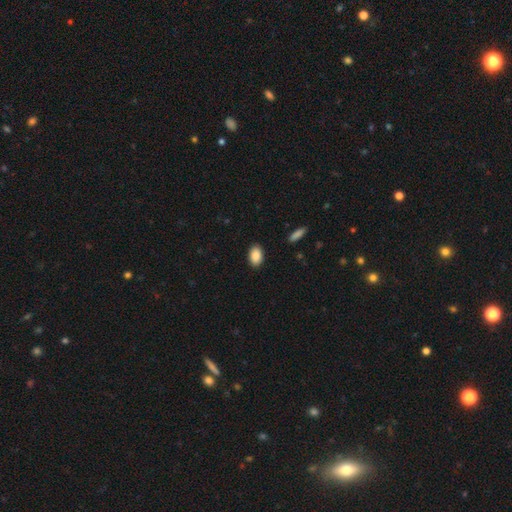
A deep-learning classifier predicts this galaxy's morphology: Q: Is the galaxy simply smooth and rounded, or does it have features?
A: smooth — 88%.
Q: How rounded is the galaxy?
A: in between — 91%.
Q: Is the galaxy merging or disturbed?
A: none — 89%.